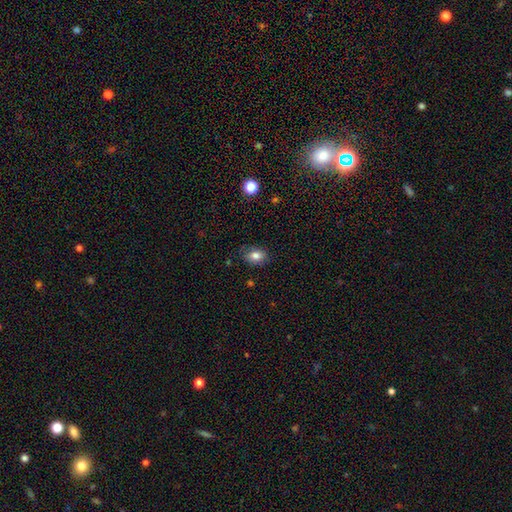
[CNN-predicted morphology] Smooth or featured? Predicted: smooth (p=0.79). How rounded? Predicted: in between (p=0.73). Merging? Predicted: none (p=0.81).